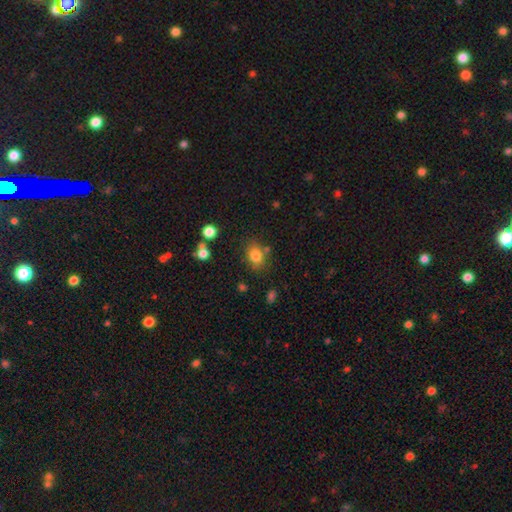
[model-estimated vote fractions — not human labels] Q: Smooth or featured?
A: smooth (80%); runner-up: star or artifact (12%)
Q: How rounded?
A: in between (62%); runner-up: round (37%)
Q: Merging?
A: none (75%); runner-up: minor disturbance (14%)